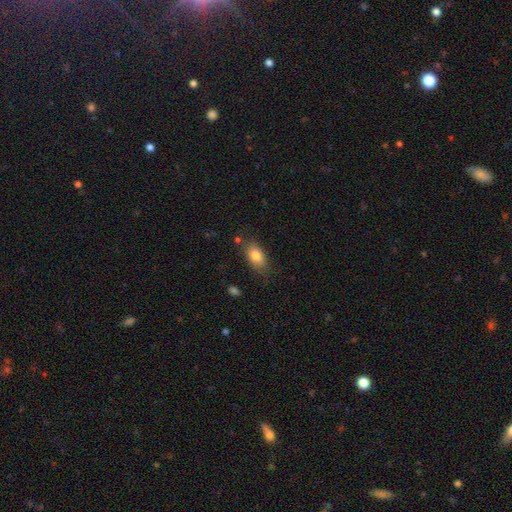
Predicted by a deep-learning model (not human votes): This is clearly a smooth galaxy (81%). How rounded: clearly in between (88%). Merging: likely none (75%).